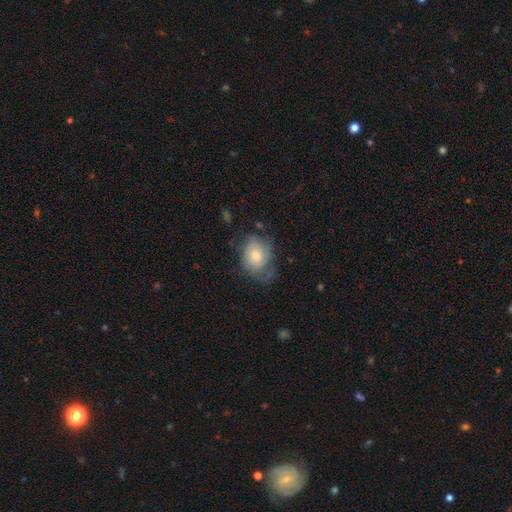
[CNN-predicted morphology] Smooth or featured: featured or disk — 58% (smooth — 35%)
Edge-on disk: no — 96% (yes — 4%)
Bar: no — 76% (weak — 21%)
Spiral arms: yes — 82% (no — 18%)
Bulge size: moderate — 48% (small — 43%)
Merging: none — 49% (minor disturbance — 30%)